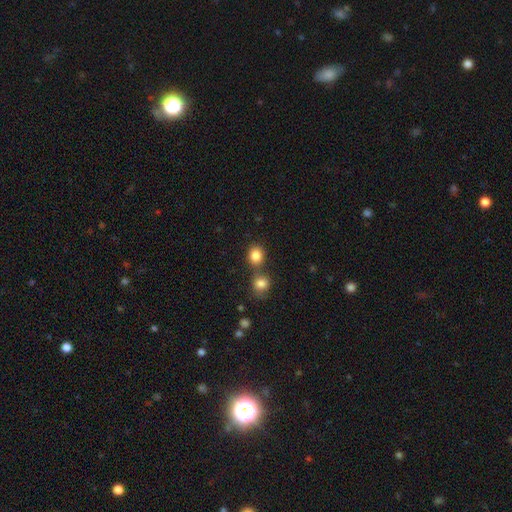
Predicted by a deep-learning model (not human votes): smooth_or_featured: smooth (p=0.85) [alt: star or artifact p=0.10]
how_rounded: round (p=0.71) [alt: in between p=0.28]
merging: none (p=0.60) [alt: merger p=0.29]